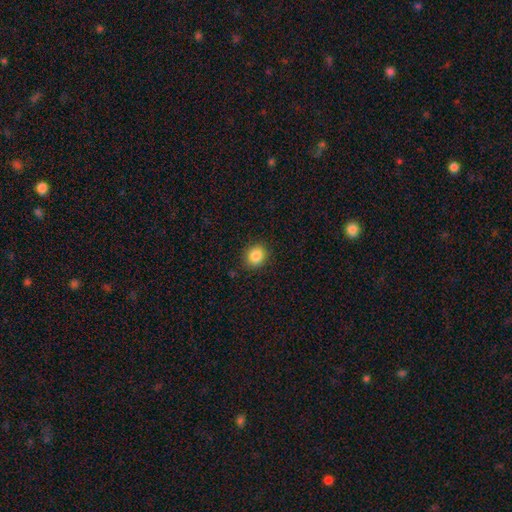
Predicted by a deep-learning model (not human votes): Smooth or featured? smooth (86%)
How rounded? round (67%)
Merging? none (88%)